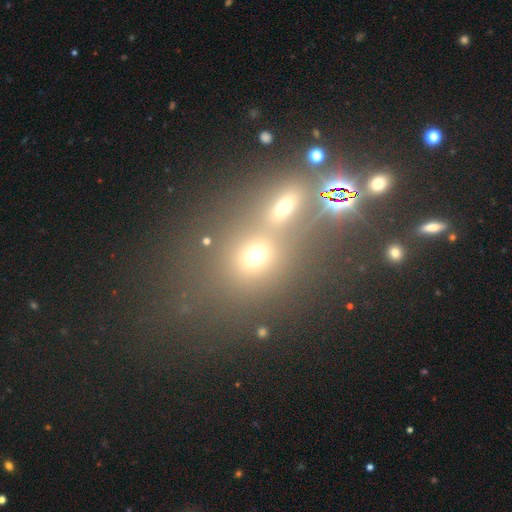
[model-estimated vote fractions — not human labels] Smooth or featured? smooth (61%)
How rounded? round (68%)
Merging? merger (53%)